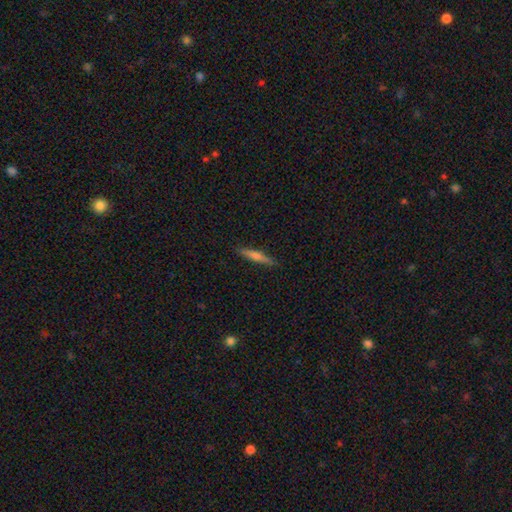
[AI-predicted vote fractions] This appears to be a smooth galaxy with no disk features (52%) that is cigar-shaped (91%). Merging: none (89%).